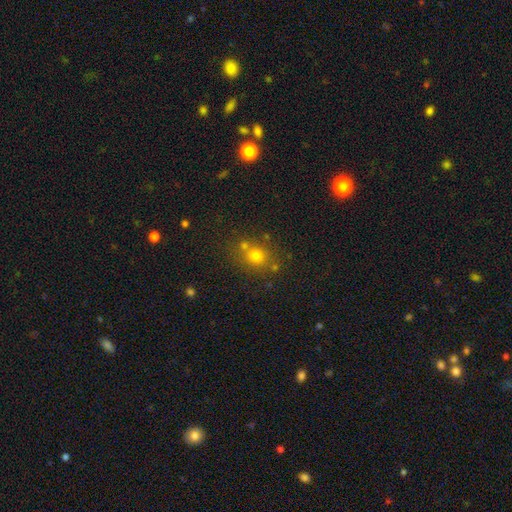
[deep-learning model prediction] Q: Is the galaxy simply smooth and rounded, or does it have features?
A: smooth — 71%.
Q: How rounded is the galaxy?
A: round — 73%.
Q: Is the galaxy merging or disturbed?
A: none — 66%.